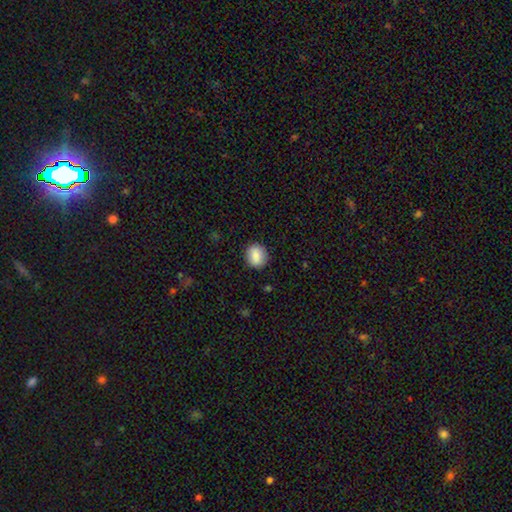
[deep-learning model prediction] Smooth or featured? smooth (86%)
How rounded? round (72%)
Merging? none (87%)